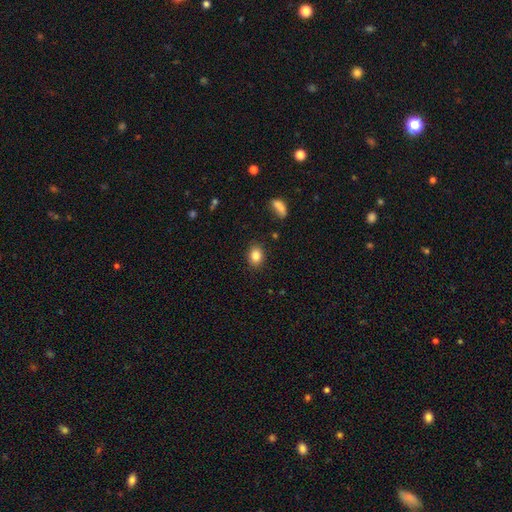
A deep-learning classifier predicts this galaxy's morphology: Smooth or featured?
  - smooth: 84% *
  - star or artifact: 9%
  - featured or disk: 6%
How rounded?
  - in between: 61% *
  - round: 38%
  - cigar-shaped: 1%
Merging?
  - none: 87% *
  - minor disturbance: 9%
  - major disturbance: 2%
  - merger: 1%